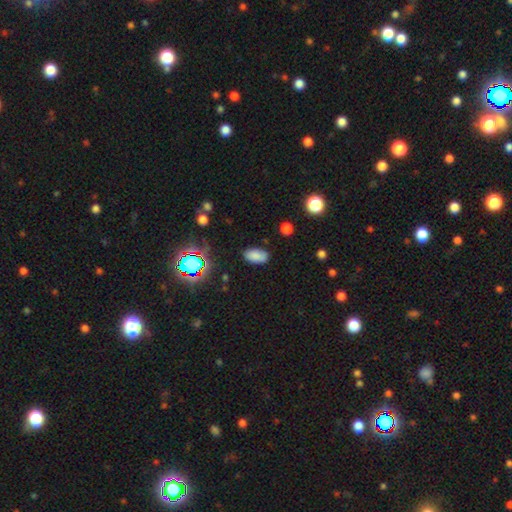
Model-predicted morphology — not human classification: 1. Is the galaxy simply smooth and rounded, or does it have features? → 82% smooth, 13% star or artifact, 6% featured or disk.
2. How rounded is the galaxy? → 93% in between, 4% round, 3% cigar-shaped.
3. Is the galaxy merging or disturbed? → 84% none, 12% minor disturbance, 3% major disturbance, 1% merger.